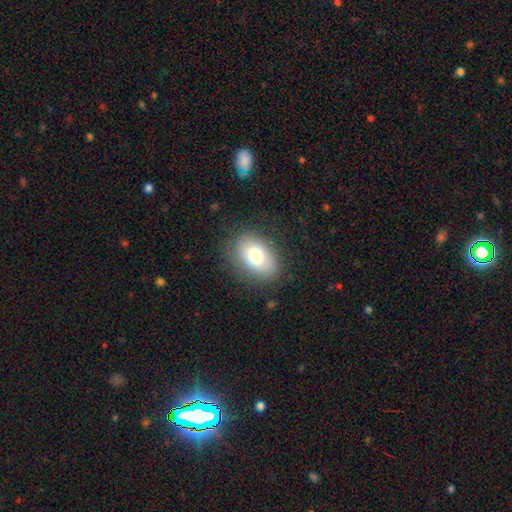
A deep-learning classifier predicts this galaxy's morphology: The model was most divided on "how rounded": in between: 79%, round: 20%, cigar-shaped: 1%. More confident: merging — none (81%); smooth or featured — smooth (75%).